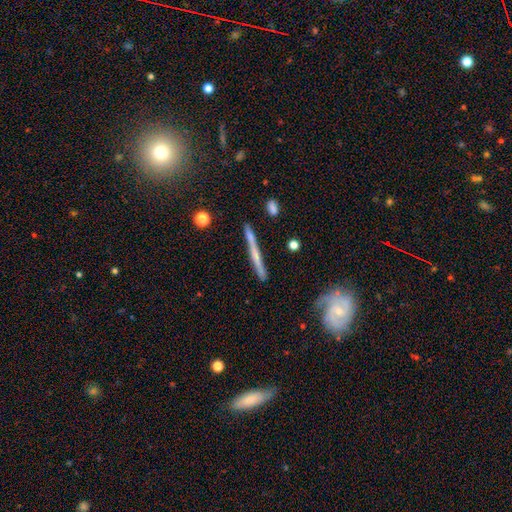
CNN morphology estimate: smooth-or-featured: featured or disk: 56% | smooth: 37% | star or artifact: 6%
  disk-edge-on: yes: 93% | no: 7%
    edge-on-bulge: none: 75% | rounded: 18% | boxy: 8%
  merging: none: 81% | minor disturbance: 13% | merger: 3% | major disturbance: 3%